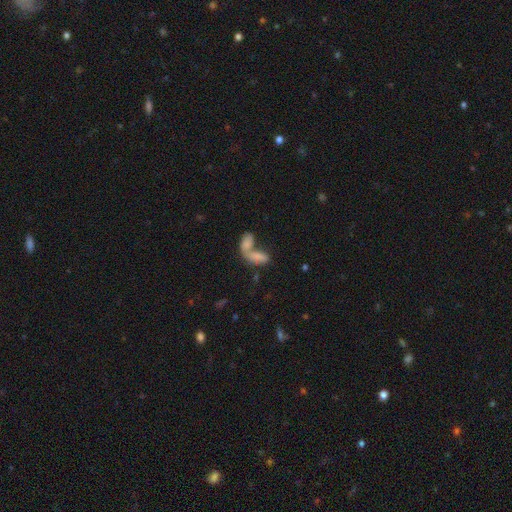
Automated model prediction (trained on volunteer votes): Smooth or featured? smooth (75%)
How rounded? in between (86%)
Merging? merger (72%)